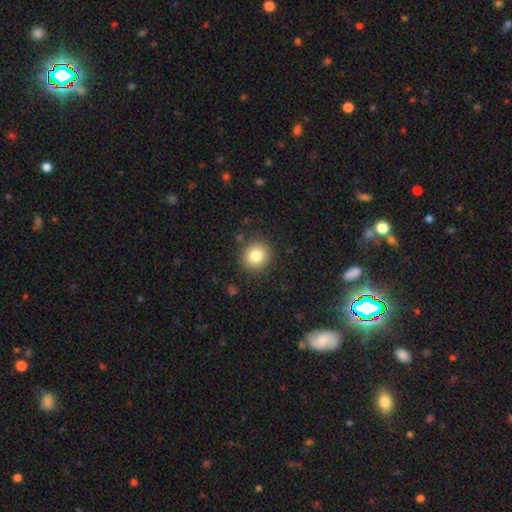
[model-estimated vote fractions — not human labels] Morphology: type=smooth (81%); roundness=round (85%); merging=none (88%).